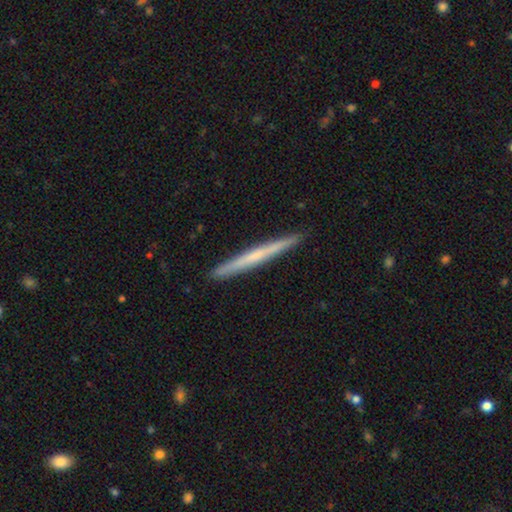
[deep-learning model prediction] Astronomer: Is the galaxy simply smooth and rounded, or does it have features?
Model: featured or disk — 48% (runner-up: smooth, 46%).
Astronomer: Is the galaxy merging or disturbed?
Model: none — 93%.